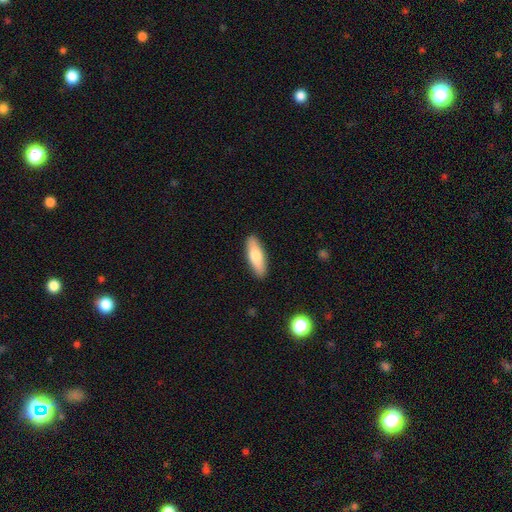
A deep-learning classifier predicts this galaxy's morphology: A smooth galaxy with no disk features (75%) that is in between round and cigar-shaped (50%).

Vote fractions:
- Smooth or featured? smooth: 75% / featured or disk: 20% / star or artifact: 5%
- How rounded? in between: 50% / cigar-shaped: 48% / round: 2%
- Merging? none: 90% / minor disturbance: 7% / major disturbance: 2% / merger: 1%